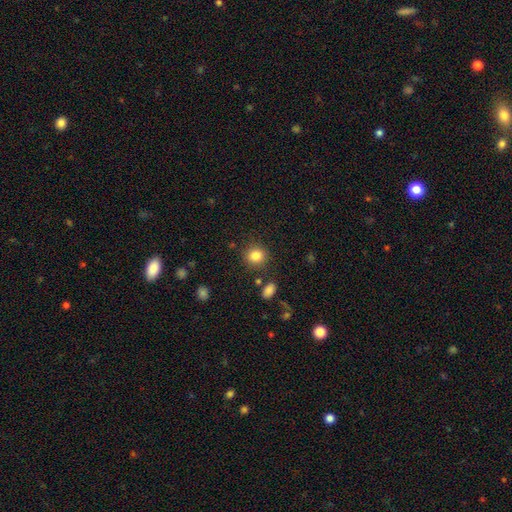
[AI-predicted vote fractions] This appears to be a smooth galaxy with no disk features (84%) that is round (83%). Merging: none (85%).